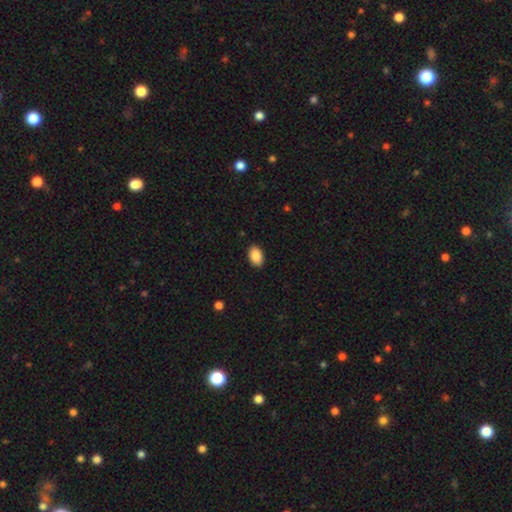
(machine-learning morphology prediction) Smooth or featured? smooth (89%)
How rounded? in between (91%)
Merging? none (90%)